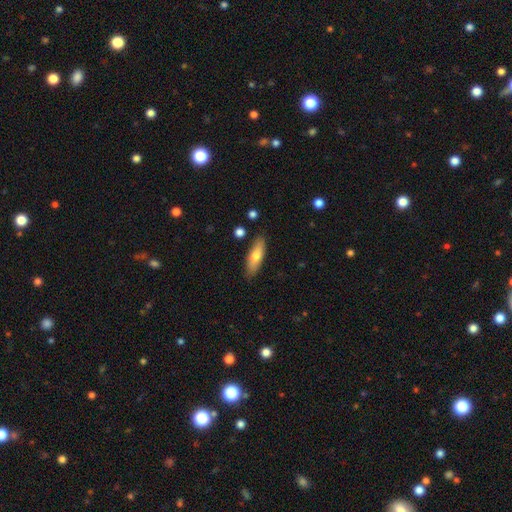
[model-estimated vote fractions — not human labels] This appears to be a smooth galaxy with no disk features (68%) that is in between round and cigar-shaped (51%). Merging: none (85%).